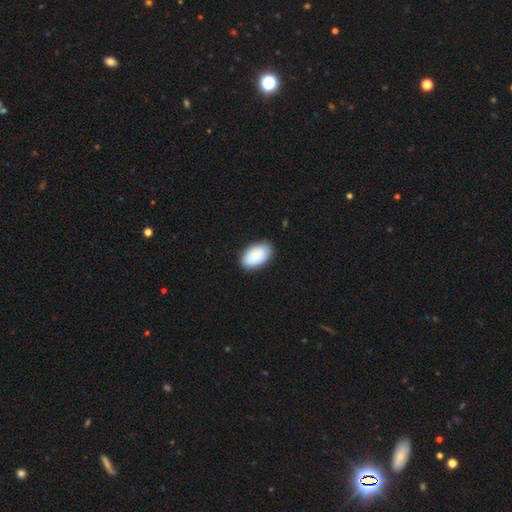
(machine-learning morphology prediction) Overall: smooth (84%). How rounded: in between (94%). Merging: none (86%).